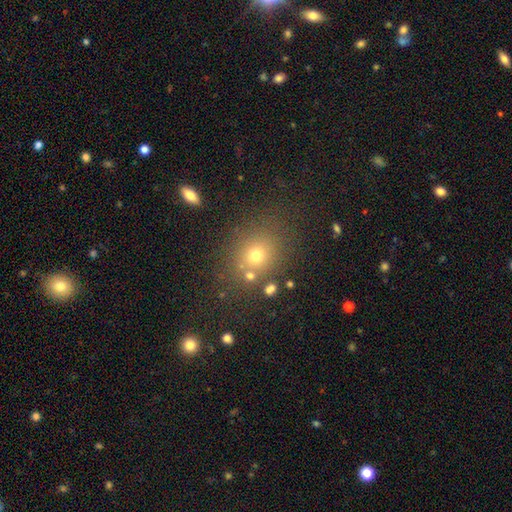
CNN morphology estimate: This appears to be a smooth galaxy with no disk features (70%) that is round (68%). Merging: none (75%).